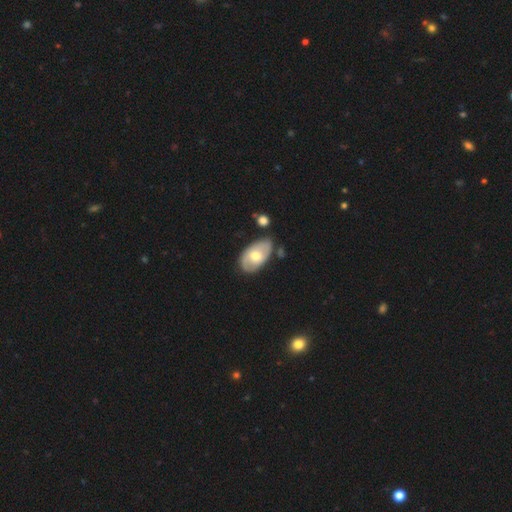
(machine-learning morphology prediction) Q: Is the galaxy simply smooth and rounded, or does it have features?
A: smooth — 48%.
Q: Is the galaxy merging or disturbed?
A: none — 65%.